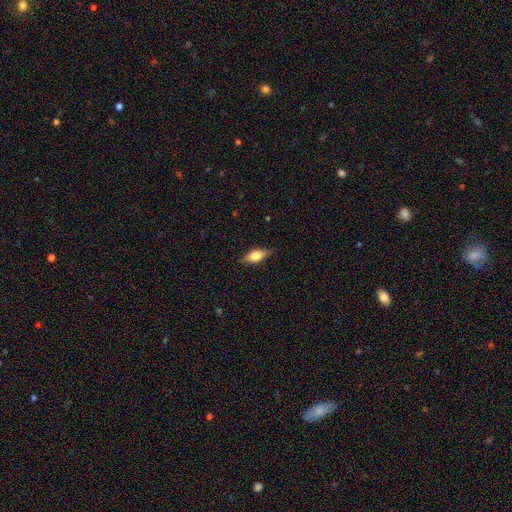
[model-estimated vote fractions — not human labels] This is possibly a smooth galaxy (49%). Merging: clearly none (83%).